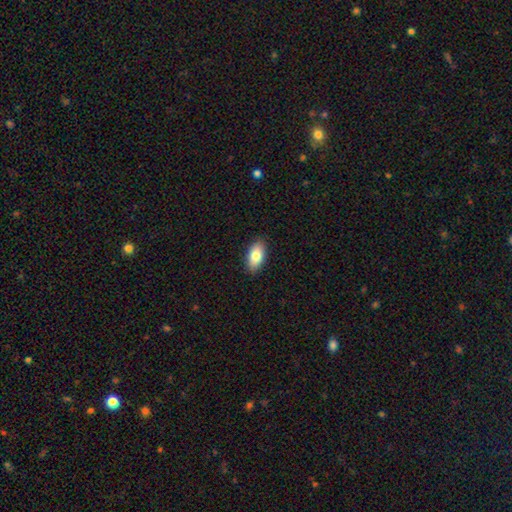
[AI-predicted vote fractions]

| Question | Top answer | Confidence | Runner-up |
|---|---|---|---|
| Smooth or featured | smooth | 81% | featured or disk (12%) |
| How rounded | in between | 92% | cigar-shaped (4%) |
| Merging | none | 89% | minor disturbance (8%) |